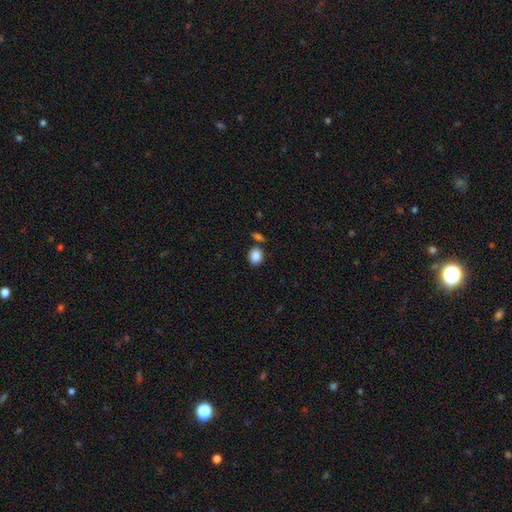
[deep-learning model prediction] Morphology: type=smooth (87%); roundness=round (50%); merging=none (74%).